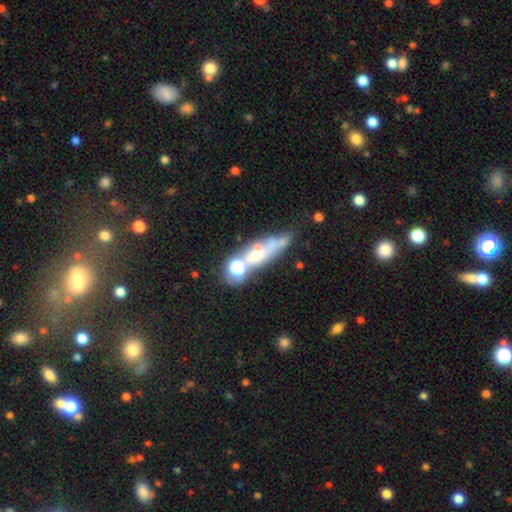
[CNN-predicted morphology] Overall: featured or disk (44%; smooth 37%). Merging: none (39%; merger 26%).